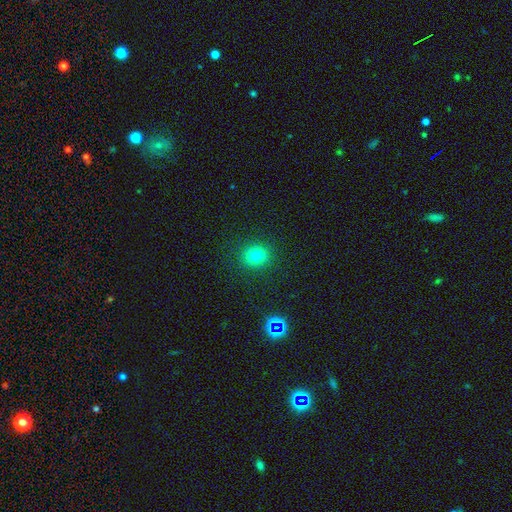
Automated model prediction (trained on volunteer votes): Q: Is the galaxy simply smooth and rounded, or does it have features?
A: smooth — 77%.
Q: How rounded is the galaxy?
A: round — 76%.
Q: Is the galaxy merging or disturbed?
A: none — 89%.